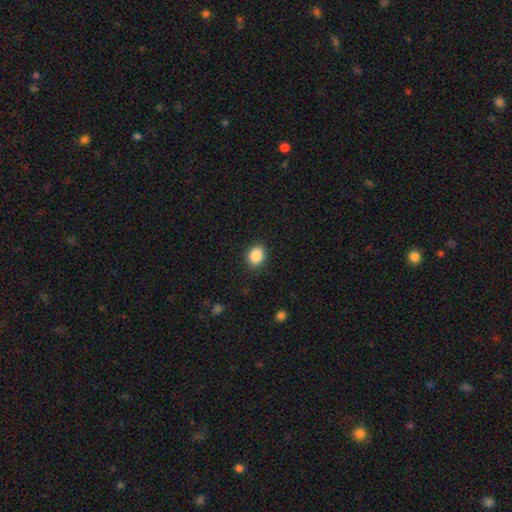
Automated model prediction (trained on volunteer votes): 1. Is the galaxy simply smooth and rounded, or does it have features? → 88% smooth, 9% star or artifact, 3% featured or disk.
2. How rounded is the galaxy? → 57% round, 42% in between, 1% cigar-shaped.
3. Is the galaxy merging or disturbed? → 88% none, 9% minor disturbance, 3% major disturbance, 1% merger.